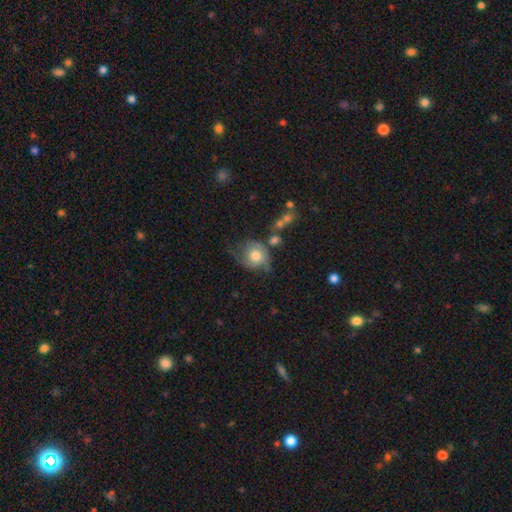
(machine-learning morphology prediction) Smooth or featured? featured or disk (48%)
Merging? none (37%)